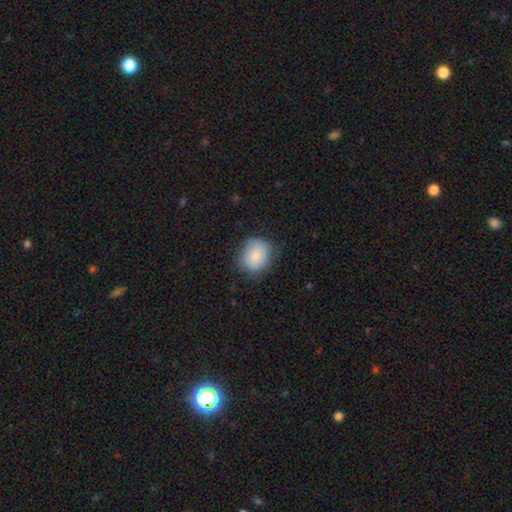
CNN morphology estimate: smooth_or_featured: smooth (p=0.82) [alt: featured or disk p=0.11]
how_rounded: round (p=0.70) [alt: in between p=0.29]
merging: none (p=0.73) [alt: minor disturbance p=0.20]